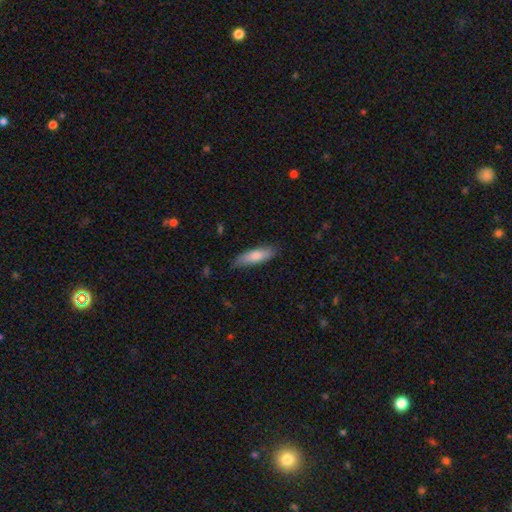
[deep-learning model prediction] This appears to be a smooth galaxy with no disk features (76%) that is cigar-shaped (58%). Merging: none (81%).